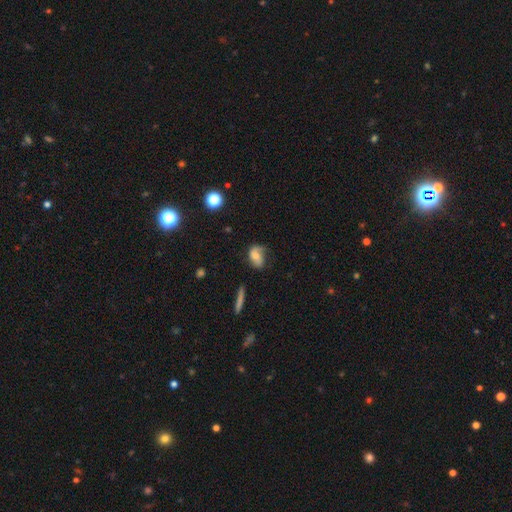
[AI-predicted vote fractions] smooth-or-featured: featured or disk: 49% | smooth: 43% | star or artifact: 9%
  merging: none: 52% | minor disturbance: 30% | major disturbance: 16% | merger: 3%